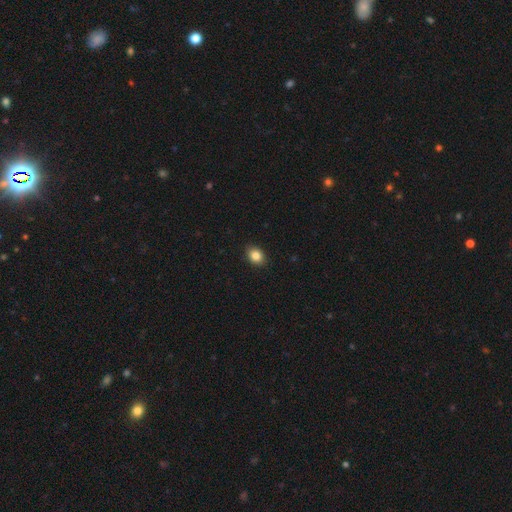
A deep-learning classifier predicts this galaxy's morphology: Smooth or featured: smooth — 85% (star or artifact — 10%)
How rounded: in between — 55% (round — 44%)
Merging: none — 90% (minor disturbance — 8%)